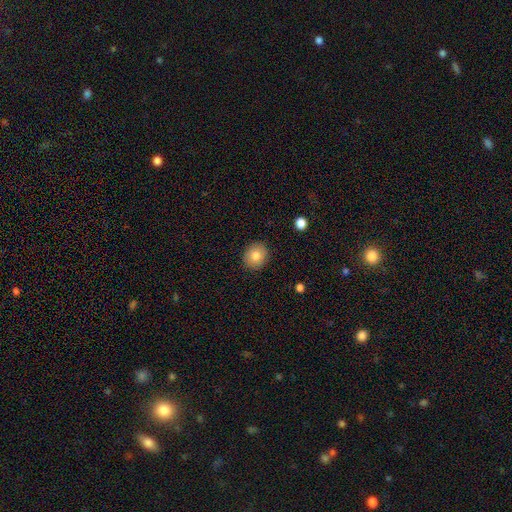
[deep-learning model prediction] Smooth or featured?
  - smooth: 81% *
  - featured or disk: 10%
  - star or artifact: 9%
How rounded?
  - round: 78% *
  - in between: 21%
  - cigar-shaped: 1%
Merging?
  - none: 90% *
  - minor disturbance: 7%
  - major disturbance: 2%
  - merger: 1%